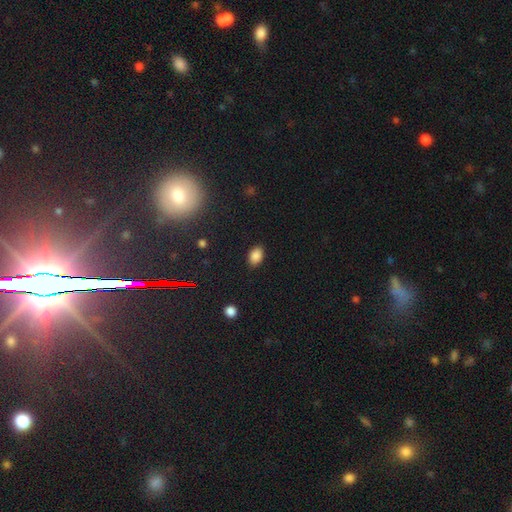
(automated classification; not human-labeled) smooth 86%, star or artifact 10%, featured or disk 4%. Down the decision tree: how rounded — in between (84%); merging — none (87%).